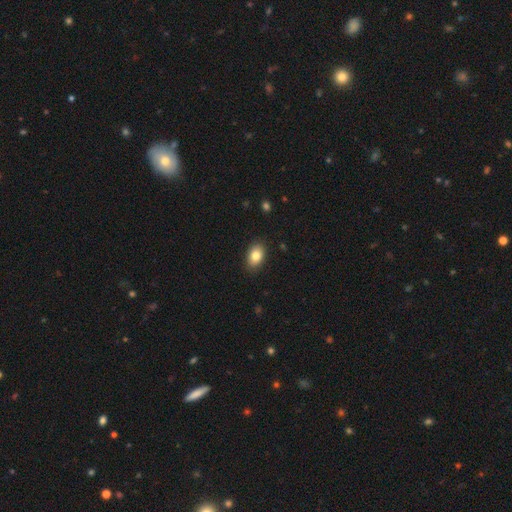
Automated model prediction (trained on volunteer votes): Smooth or featured? smooth (83%)
How rounded? in between (86%)
Merging? none (88%)